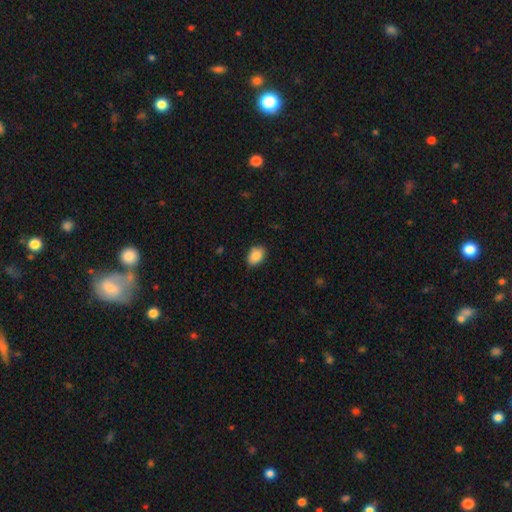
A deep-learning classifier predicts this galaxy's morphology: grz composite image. It shows a smooth galaxy with no disk features (87%) that is in between round and cigar-shaped (78%). Merging: none (83%).